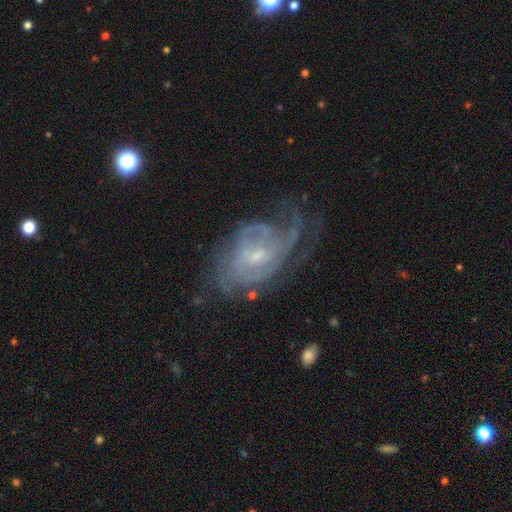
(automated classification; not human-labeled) Q: Smooth or featured?
A: featured or disk (85%); runner-up: smooth (8%)
Q: Edge-on disk?
A: no (96%); runner-up: yes (4%)
Q: Bar?
A: weak (48%); runner-up: no (43%)
Q: Spiral arms?
A: yes (92%); runner-up: no (8%)
Q: Spiral winding?
A: tight (45%); runner-up: medium (40%)
Q: Spiral arm count?
A: can't tell (39%); runner-up: 2 (22%)
Q: Bulge size?
A: small (65%); runner-up: moderate (29%)
Q: Merging?
A: none (50%); runner-up: major disturbance (25%)